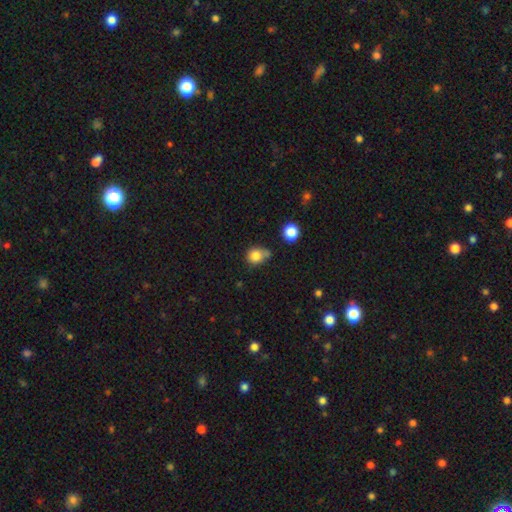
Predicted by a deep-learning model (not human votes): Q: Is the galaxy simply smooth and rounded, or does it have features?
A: smooth — 82%.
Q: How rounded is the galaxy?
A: round — 83%.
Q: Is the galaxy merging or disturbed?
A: none — 56%.